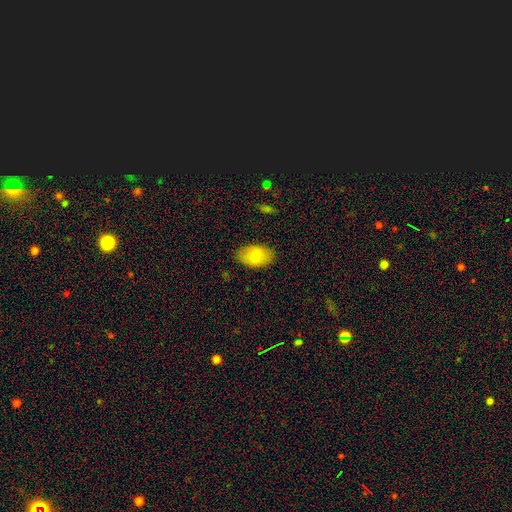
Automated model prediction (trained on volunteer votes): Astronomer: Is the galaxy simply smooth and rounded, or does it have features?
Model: smooth — 75%.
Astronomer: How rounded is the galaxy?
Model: in between — 91%.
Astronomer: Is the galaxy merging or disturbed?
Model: none — 86%.